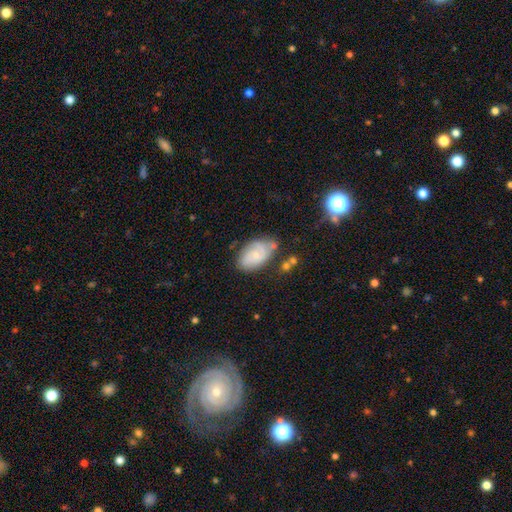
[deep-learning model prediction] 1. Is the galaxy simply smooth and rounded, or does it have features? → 50% featured or disk, 42% smooth, 8% star or artifact.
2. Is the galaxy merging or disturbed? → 62% none, 25% minor disturbance, 8% major disturbance, 5% merger.